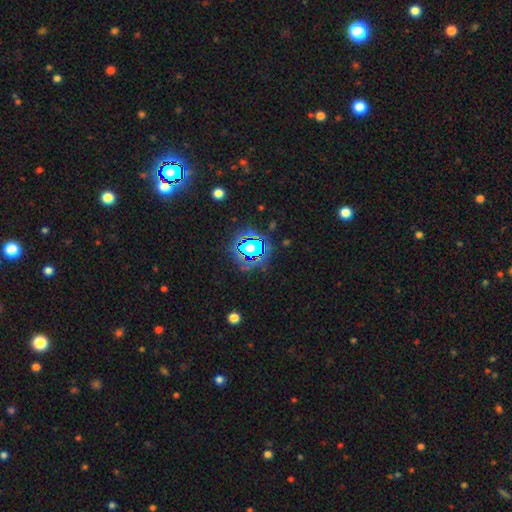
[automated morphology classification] Q: Smooth or featured?
A: star or artifact (76%); runner-up: smooth (16%)